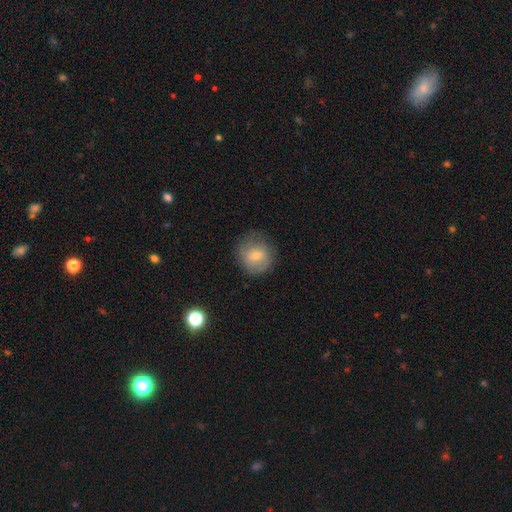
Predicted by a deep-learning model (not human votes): Morphology: type=smooth (55%); roundness=round (86%); merging=none (76%).